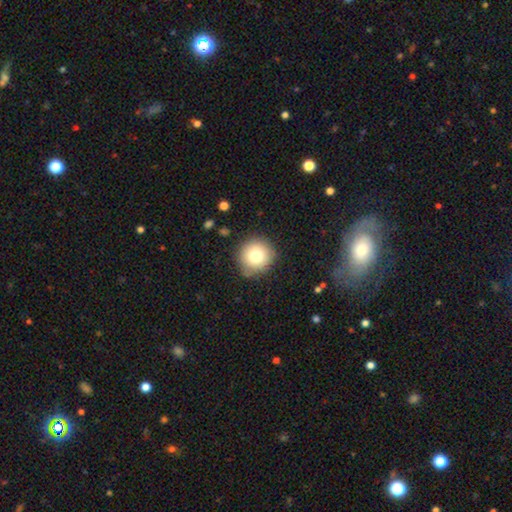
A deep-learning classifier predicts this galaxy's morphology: Smooth or featured: smooth — 76% (featured or disk — 13%)
How rounded: round — 94% (in between — 5%)
Merging: none — 84% (minor disturbance — 11%)